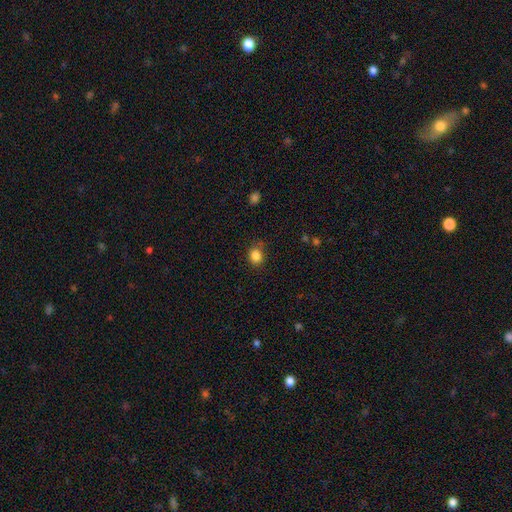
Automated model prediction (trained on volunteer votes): smooth 84%, star or artifact 11%, featured or disk 5%. Down the decision tree: how rounded — round (60%); merging — none (76%).